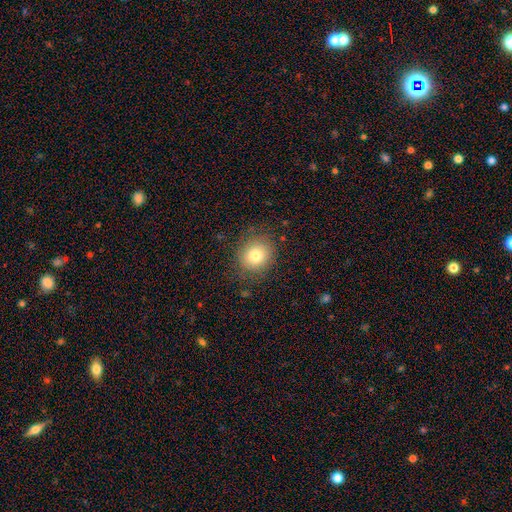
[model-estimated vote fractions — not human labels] Overall: smooth (79%). How rounded: round (80%). Merging: none (83%).